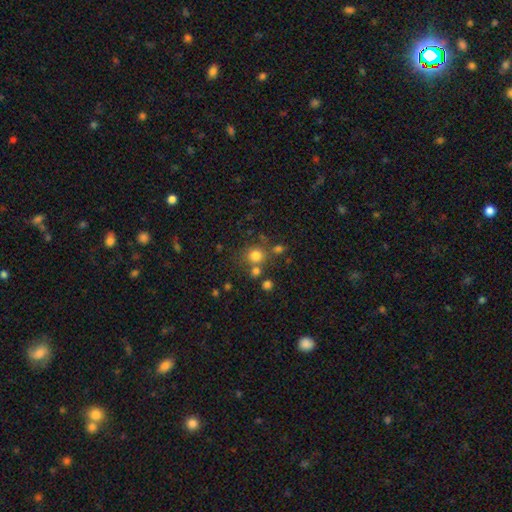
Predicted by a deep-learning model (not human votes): Overall: smooth (76%). How rounded: round (89%). Merging: none (68%).